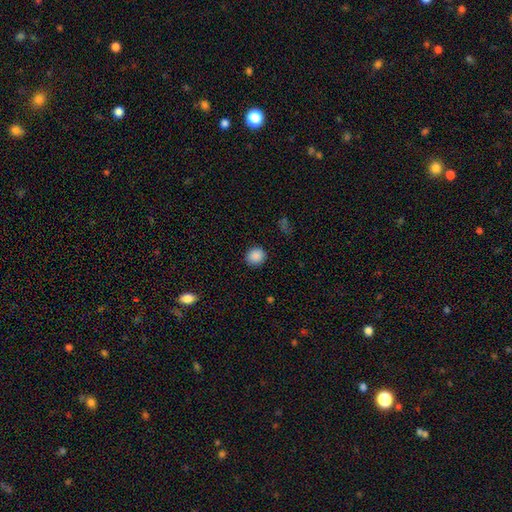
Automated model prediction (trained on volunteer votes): smooth-or-featured: smooth: 88% | star or artifact: 9% | featured or disk: 3%
  how-rounded: round: 83% | in between: 16% | cigar-shaped: 1%
  merging: none: 89% | minor disturbance: 7% | major disturbance: 2% | merger: 1%